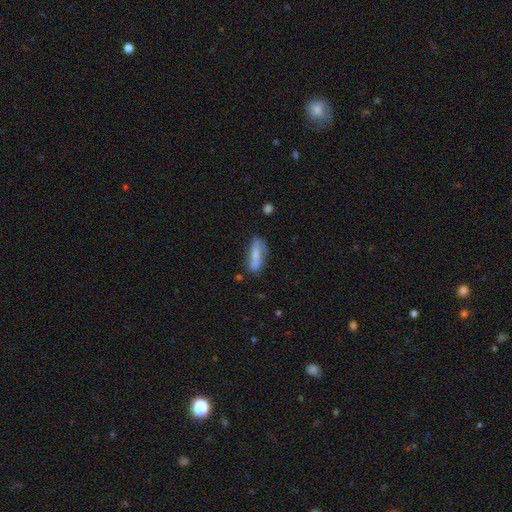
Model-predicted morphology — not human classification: smooth-or-featured: smooth: 59% | featured or disk: 33% | star or artifact: 8%
  how-rounded: in between: 56% | cigar-shaped: 41% | round: 3%
  merging: none: 54% | minor disturbance: 24% | merger: 12% | major disturbance: 9%